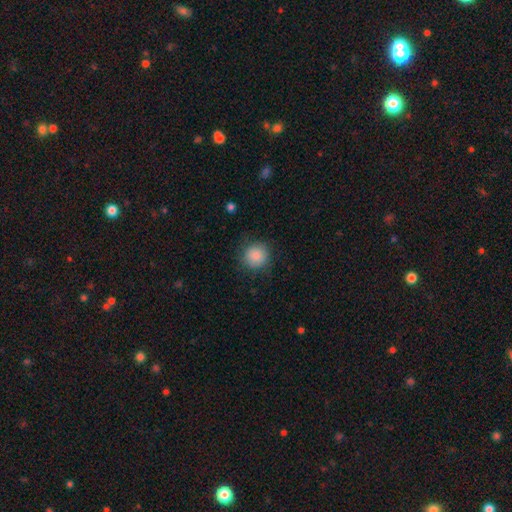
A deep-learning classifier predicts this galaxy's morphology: smooth-or-featured: smooth: 86% | star or artifact: 9% | featured or disk: 5%
  how-rounded: round: 92% | in between: 7% | cigar-shaped: 1%
  merging: none: 84% | minor disturbance: 11% | major disturbance: 4% | merger: 1%